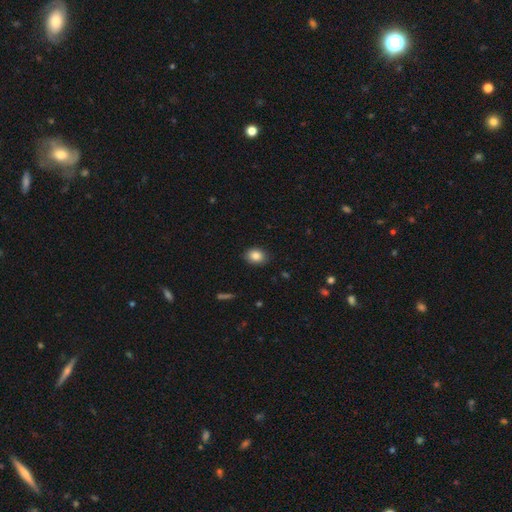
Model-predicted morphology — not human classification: The model was most divided on "how rounded": in between: 69%, round: 30%, cigar-shaped: 1%. More confident: merging — none (87%); smooth or featured — smooth (85%).